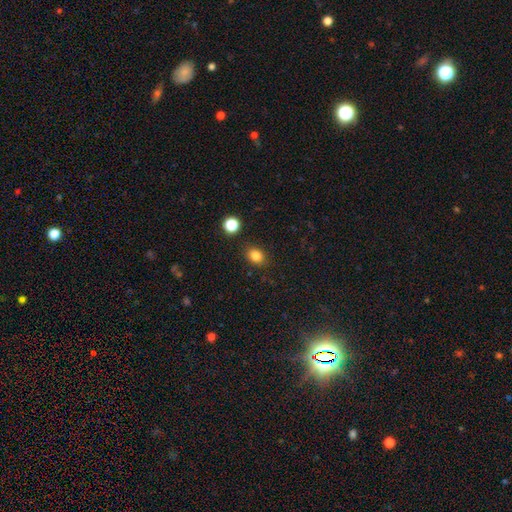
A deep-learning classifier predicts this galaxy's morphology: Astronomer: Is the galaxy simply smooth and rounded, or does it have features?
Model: smooth — 84%.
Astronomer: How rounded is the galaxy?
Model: in between — 50% (runner-up: round, 49%).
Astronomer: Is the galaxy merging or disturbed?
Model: none — 86%.